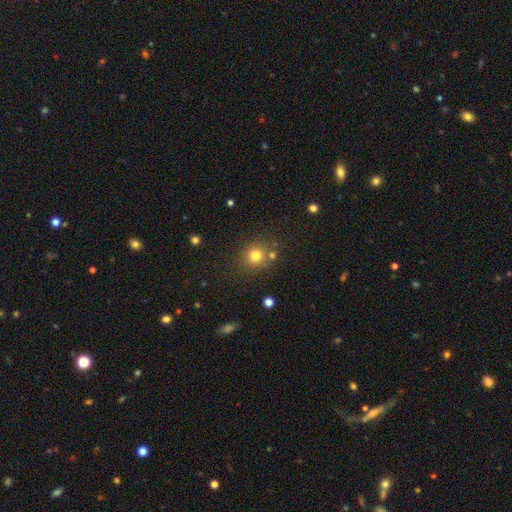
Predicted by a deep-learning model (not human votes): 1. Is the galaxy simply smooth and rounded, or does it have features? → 79% smooth, 15% star or artifact, 7% featured or disk.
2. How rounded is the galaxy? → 89% round, 10% in between, 1% cigar-shaped.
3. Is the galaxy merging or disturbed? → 78% none, 9% minor disturbance, 9% merger, 3% major disturbance.